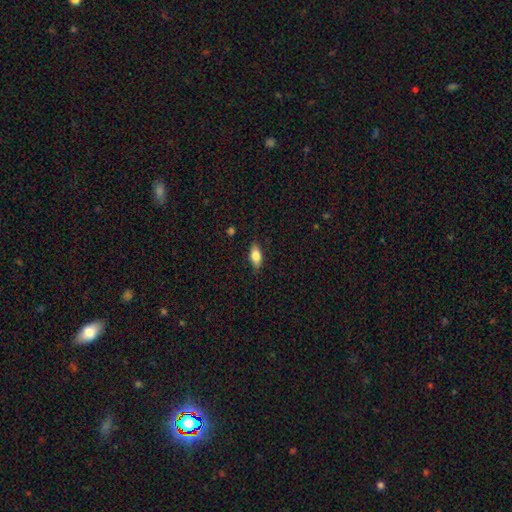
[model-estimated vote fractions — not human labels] The model was most divided on "smooth or featured": smooth: 78%, featured or disk: 15%, star or artifact: 7%. More confident: merging — none (84%); how rounded — in between (84%).